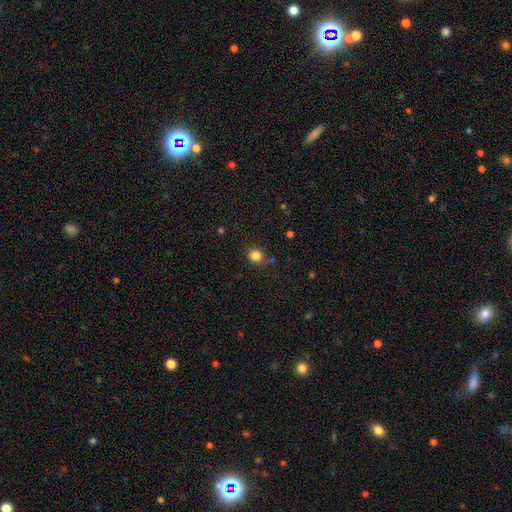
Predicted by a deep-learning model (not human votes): Morphology: type=smooth (83%); roundness=round (87%); merging=none (83%).